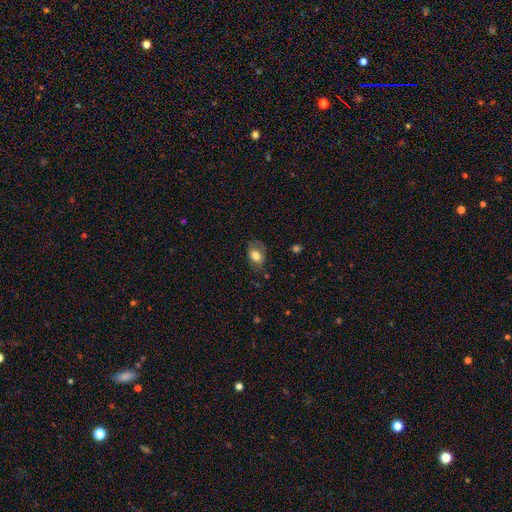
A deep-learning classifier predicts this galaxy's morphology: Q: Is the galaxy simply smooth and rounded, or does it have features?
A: smooth — 71%.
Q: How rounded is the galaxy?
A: in between — 81%.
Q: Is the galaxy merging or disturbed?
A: none — 60%.